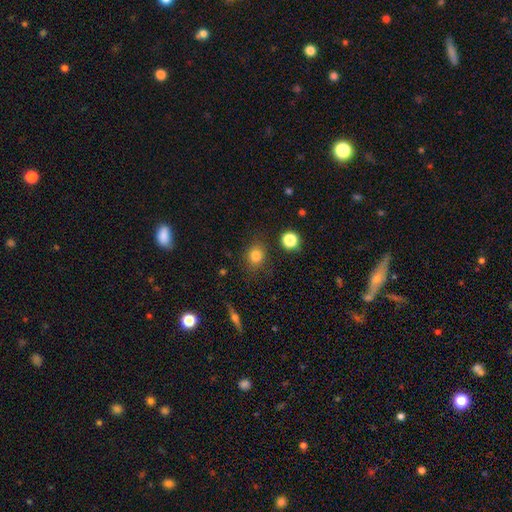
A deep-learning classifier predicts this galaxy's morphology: smooth_or_featured: smooth (p=0.81) [alt: star or artifact p=0.12]
how_rounded: round (p=0.68) [alt: in between p=0.31]
merging: none (p=0.83) [alt: minor disturbance p=0.11]